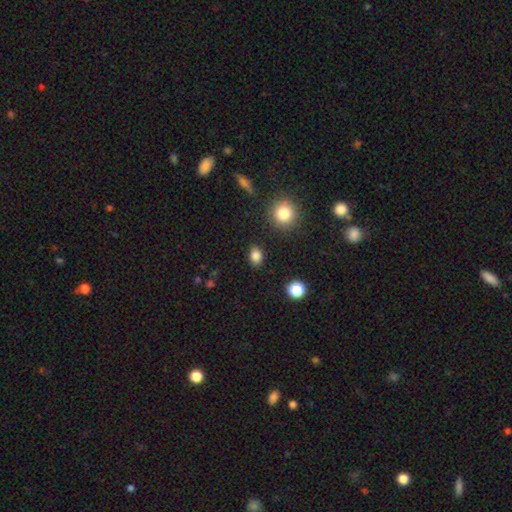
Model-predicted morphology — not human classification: Overall: smooth (85%). How rounded: in between (64%; round 35%). Merging: none (87%).